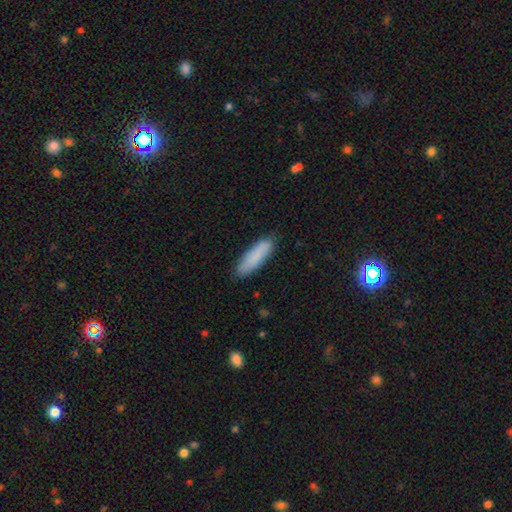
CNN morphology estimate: Smooth or featured: smooth — 85% (featured or disk — 9%)
How rounded: cigar-shaped — 61% (in between — 38%)
Merging: none — 85% (minor disturbance — 11%)